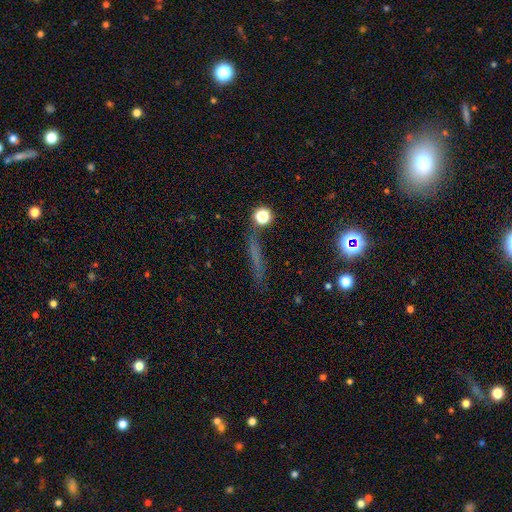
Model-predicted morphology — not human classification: Smooth or featured? Predicted: smooth (p=0.46). Merging? Predicted: none (p=0.75).